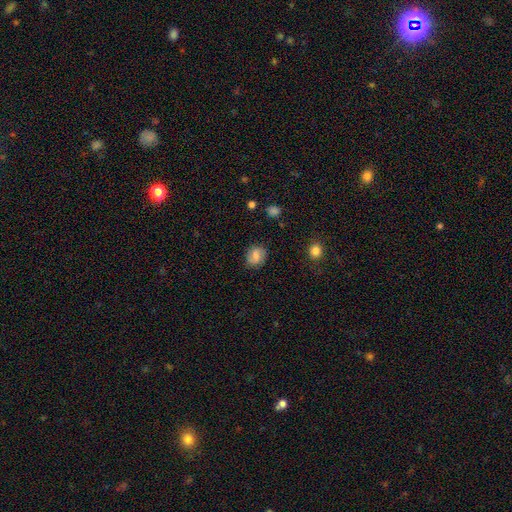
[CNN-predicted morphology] Smooth or featured: smooth — 59% (featured or disk — 32%)
How rounded: round — 61% (in between — 37%)
Merging: none — 82% (minor disturbance — 13%)